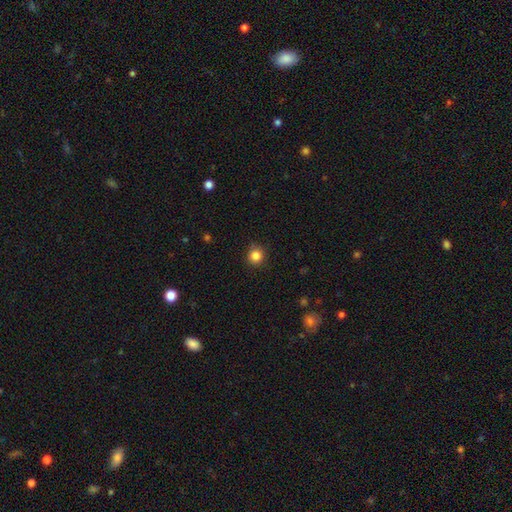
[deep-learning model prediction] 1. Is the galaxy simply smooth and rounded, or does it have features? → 84% smooth, 11% star or artifact, 4% featured or disk.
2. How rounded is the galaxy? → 92% round, 7% in between, 1% cigar-shaped.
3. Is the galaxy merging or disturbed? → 89% none, 8% minor disturbance, 2% major disturbance, 1% merger.